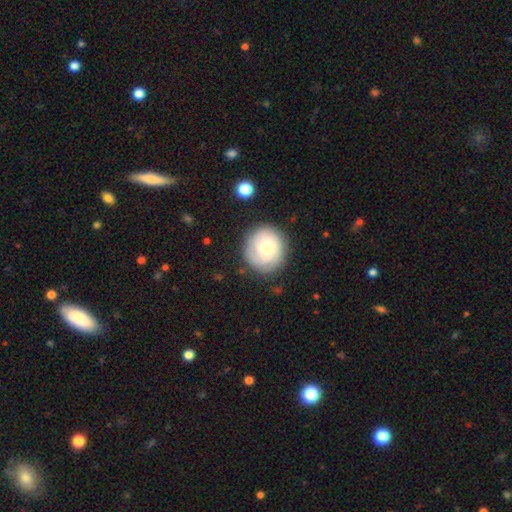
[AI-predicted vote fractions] Smooth or featured?
  - featured or disk: 56% *
  - smooth: 36%
  - star or artifact: 8%
Edge-on disk?
  - no: 98% *
  - yes: 2%
Bar?
  - no: 67% *
  - weak: 28%
  - strong: 5%
Spiral arms?
  - yes: 88% *
  - no: 12%
Bulge size?
  - moderate: 56% *
  - small: 30%
  - large: 10%
  - none: 2%
  - dominant: 2%
Merging?
  - none: 81% *
  - minor disturbance: 14%
  - major disturbance: 4%
  - merger: 1%